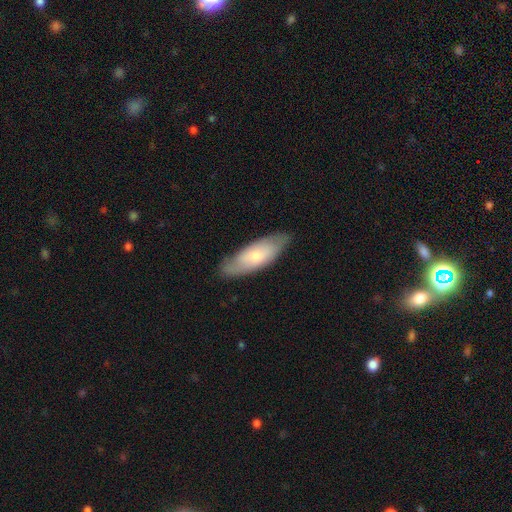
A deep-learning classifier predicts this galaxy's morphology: smooth 63%, featured or disk 31%, star or artifact 5%. Down the decision tree: how rounded — in between (66%); merging — none (79%).